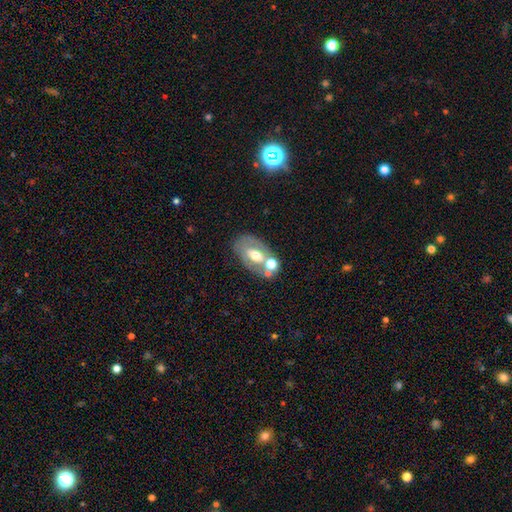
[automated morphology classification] smooth-or-featured: featured or disk: 55% | smooth: 35% | star or artifact: 9%
  disk-edge-on: no: 90% | yes: 10%
    bar: no: 56% | weak: 28% | strong: 17%
    has-spiral-arms: no: 73% | yes: 27%
    bulge-size: moderate: 67% | small: 16% | large: 14% | none: 2% | dominant: 2%
  merging: none: 54% | merger: 21% | minor disturbance: 16% | major disturbance: 8%